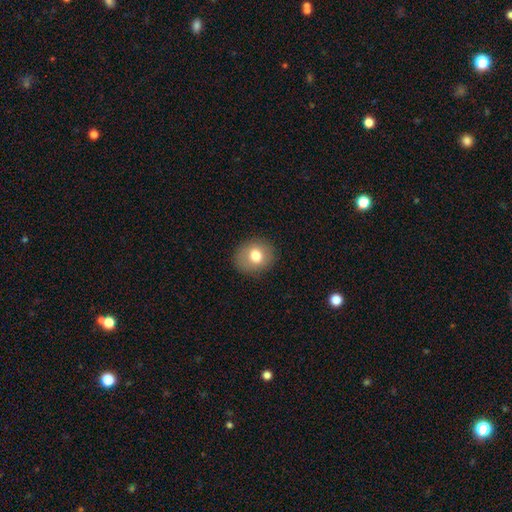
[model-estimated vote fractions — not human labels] Smooth or featured: smooth — 76% (featured or disk — 15%)
How rounded: round — 73% (in between — 26%)
Merging: none — 88% (minor disturbance — 8%)